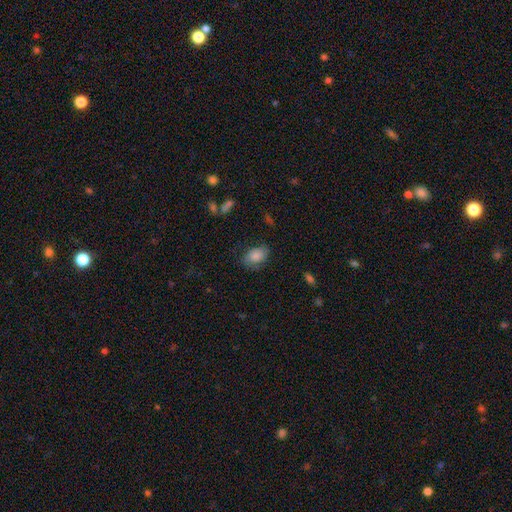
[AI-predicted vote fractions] smooth_or_featured: smooth (p=0.77) [alt: featured or disk p=0.15]
how_rounded: in between (p=0.85) [alt: round p=0.14]
merging: none (p=0.69) [alt: minor disturbance p=0.22]